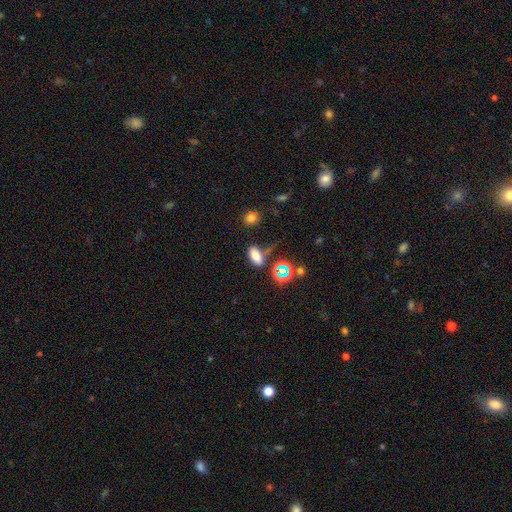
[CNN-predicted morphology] smooth_or_featured: smooth (p=0.72) [alt: star or artifact p=0.19]
how_rounded: in between (p=0.80) [alt: cigar-shaped p=0.12]
merging: none (p=0.68) [alt: minor disturbance p=0.15]